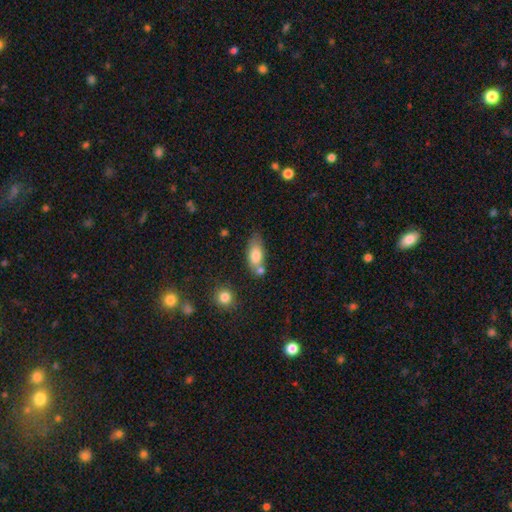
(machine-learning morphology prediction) This appears to be a smooth galaxy with no disk features (77%) that is in between round and cigar-shaped (83%). Merging: none (52%).